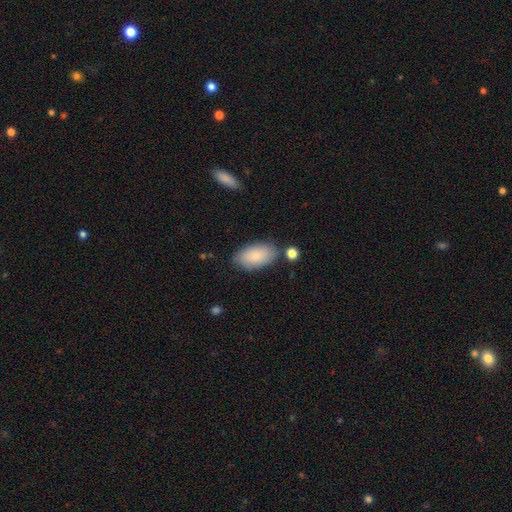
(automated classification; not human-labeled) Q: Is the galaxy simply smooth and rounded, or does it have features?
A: smooth — 83%.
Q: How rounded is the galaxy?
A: in between — 94%.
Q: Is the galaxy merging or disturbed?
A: none — 78%.